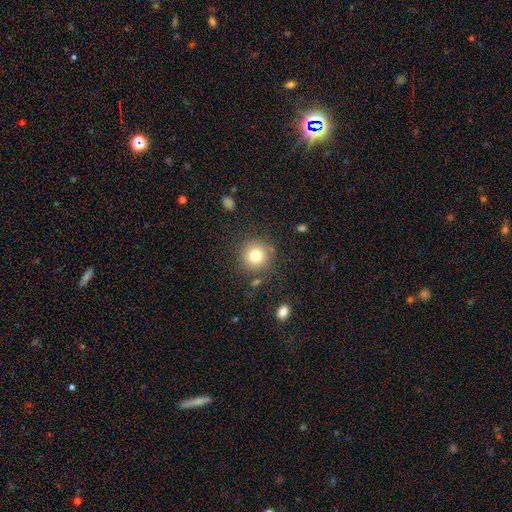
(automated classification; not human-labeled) Smooth or featured: smooth — 79% (star or artifact — 12%)
How rounded: round — 93% (in between — 6%)
Merging: none — 84% (minor disturbance — 9%)